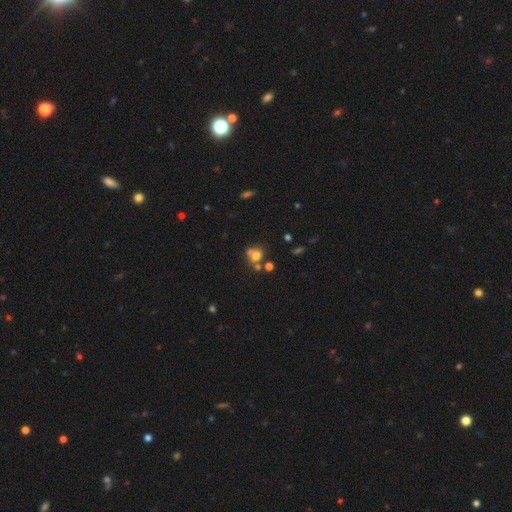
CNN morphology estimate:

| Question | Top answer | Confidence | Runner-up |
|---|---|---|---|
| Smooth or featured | smooth | 67% | featured or disk (17%) |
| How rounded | round | 73% | in between (26%) |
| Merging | none | 43% | merger (38%) |